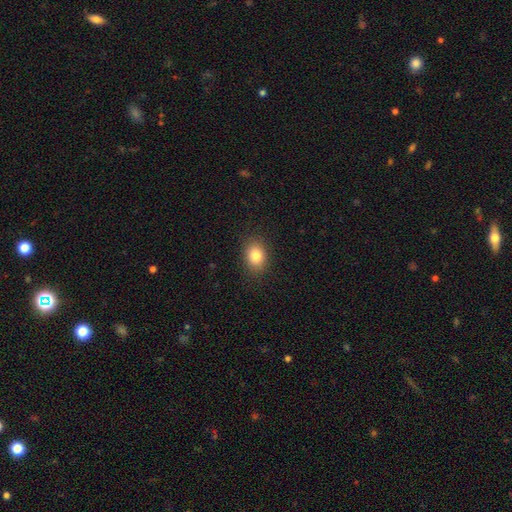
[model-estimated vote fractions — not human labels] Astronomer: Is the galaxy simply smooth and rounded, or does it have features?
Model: smooth — 83%.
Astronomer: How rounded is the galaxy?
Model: in between — 62% (runner-up: round, 37%).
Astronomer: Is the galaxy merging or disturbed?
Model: none — 88%.